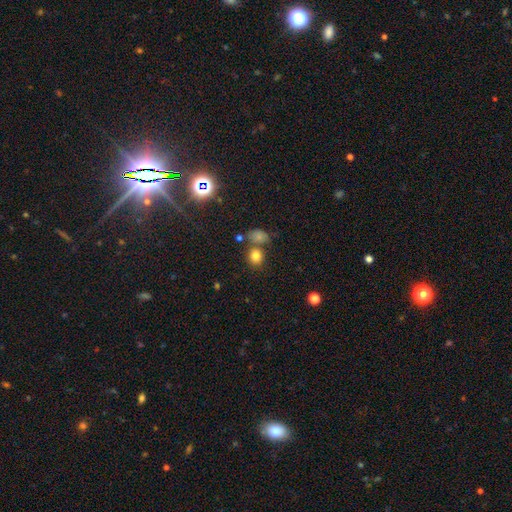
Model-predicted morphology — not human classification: Smooth or featured? Predicted: smooth (p=0.79). How rounded? Predicted: round (p=0.73). Merging? Predicted: none (p=0.65).